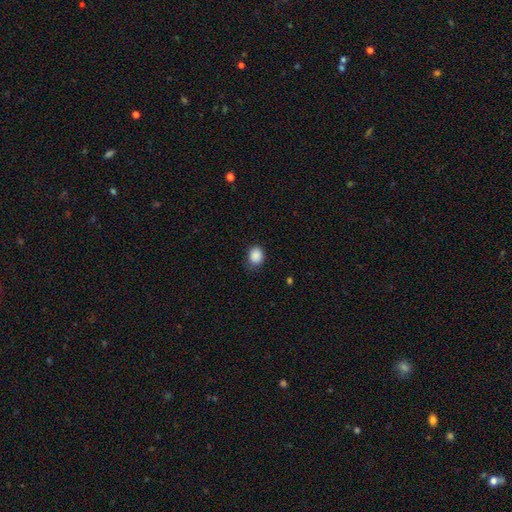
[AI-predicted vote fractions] Overall: smooth (88%). How rounded: round (61%; in between 38%). Merging: none (76%).